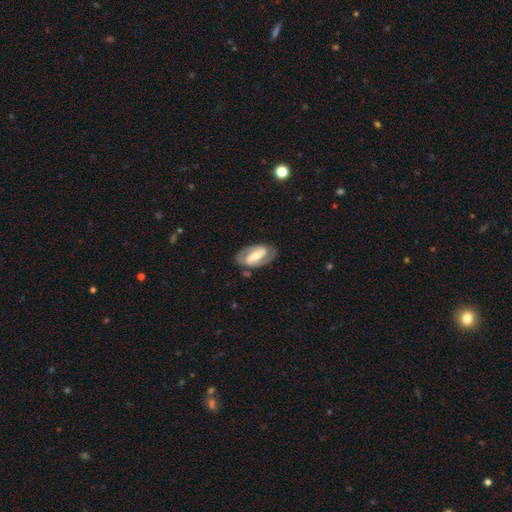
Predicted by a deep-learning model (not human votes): This is likely a featured or disk galaxy (79%). It is clearly not viewed edge-on (94%). Bar: likely strong (64%). Spiral arm pattern: clearly yes (82%). Spiral arm count: clearly 2 (87%). Spiral winding: marginally medium (45%). Central bulge: possibly moderate (54%). Merging: clearly none (81%).